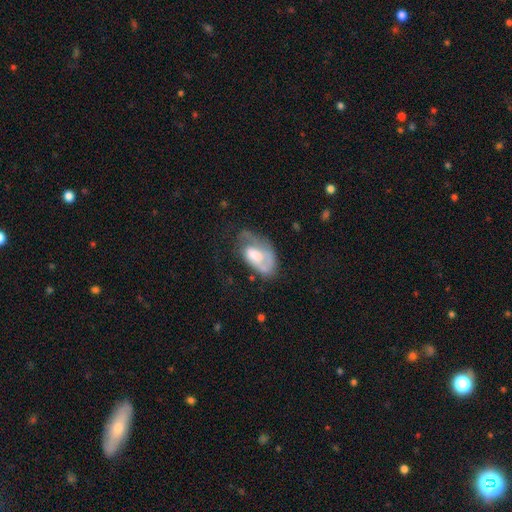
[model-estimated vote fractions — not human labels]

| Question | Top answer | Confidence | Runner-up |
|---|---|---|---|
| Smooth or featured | featured or disk | 56% | smooth (38%) |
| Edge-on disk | no | 95% | yes (5%) |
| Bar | no | 69% | weak (25%) |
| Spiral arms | yes | 69% | no (31%) |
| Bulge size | moderate | 40% | large (33%) |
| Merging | major disturbance | 35% | none (34%) |